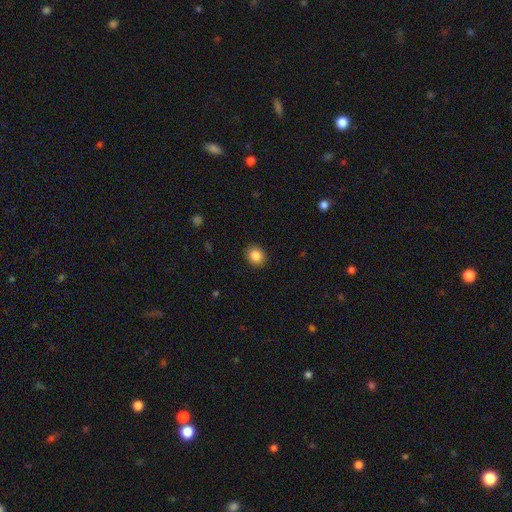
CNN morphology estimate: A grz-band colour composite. It shows a smooth galaxy with no disk features (86%) that is round (71%). Merging: none (90%).